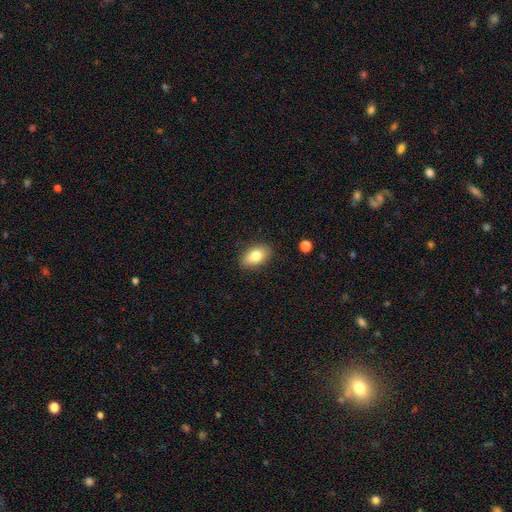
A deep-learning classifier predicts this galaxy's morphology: Smooth or featured: smooth — 78% (featured or disk — 14%)
How rounded: in between — 88% (round — 9%)
Merging: none — 84% (minor disturbance — 12%)